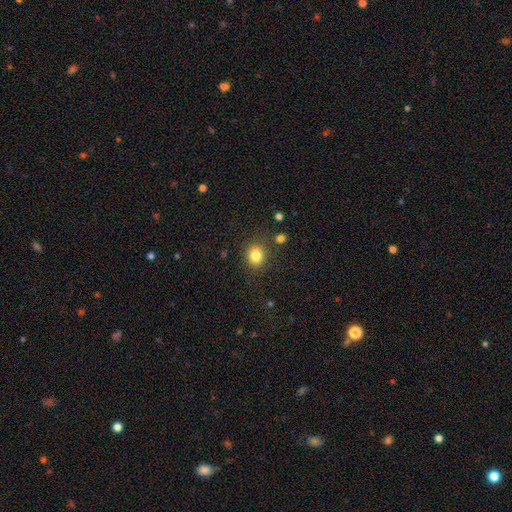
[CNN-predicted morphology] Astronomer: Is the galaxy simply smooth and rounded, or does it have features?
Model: smooth — 82%.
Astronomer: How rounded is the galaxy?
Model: round — 70%.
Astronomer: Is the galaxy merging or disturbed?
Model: none — 82%.